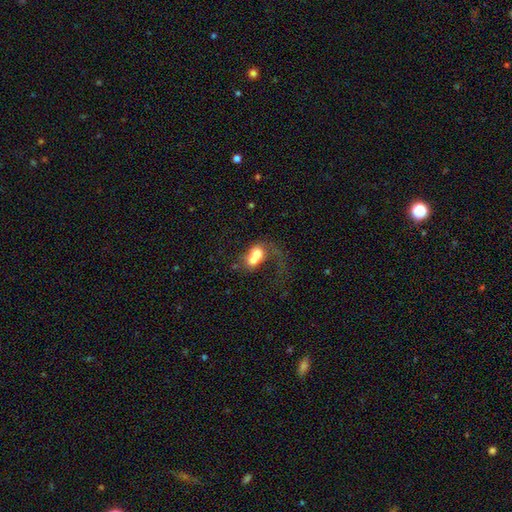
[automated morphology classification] A smooth galaxy with no disk features (55%) that is in between round and cigar-shaped (52%). Merging: merger (68%).